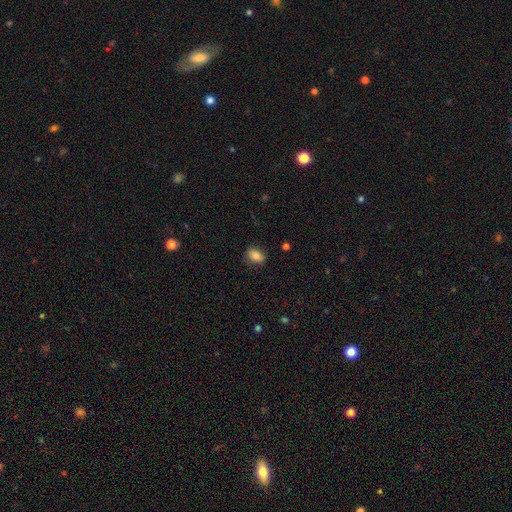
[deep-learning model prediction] Q: Smooth or featured?
A: smooth (80%); runner-up: featured or disk (11%)
Q: How rounded?
A: in between (76%); runner-up: round (22%)
Q: Merging?
A: none (81%); runner-up: minor disturbance (14%)